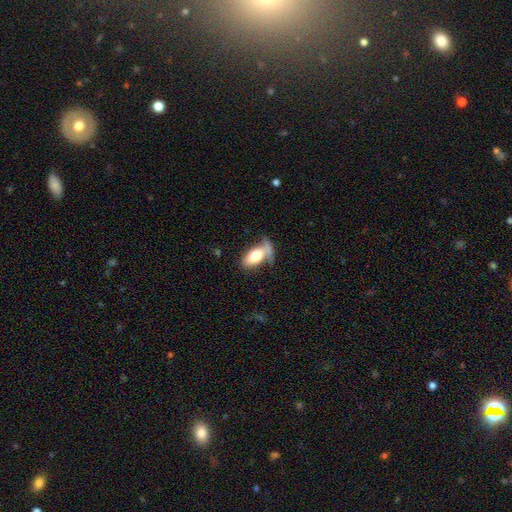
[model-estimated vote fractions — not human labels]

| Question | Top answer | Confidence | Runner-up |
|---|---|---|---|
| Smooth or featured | smooth | 71% | featured or disk (22%) |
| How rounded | in between | 88% | cigar-shaped (6%) |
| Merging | none | 34% | minor disturbance (25%) |